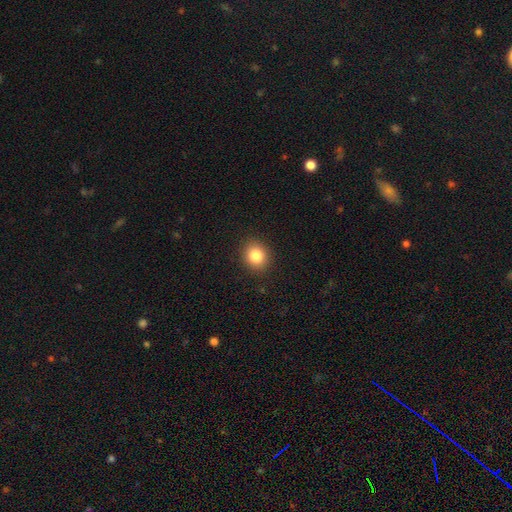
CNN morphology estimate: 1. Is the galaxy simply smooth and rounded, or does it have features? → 85% smooth, 10% star or artifact, 5% featured or disk.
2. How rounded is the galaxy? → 72% round, 27% in between, 1% cigar-shaped.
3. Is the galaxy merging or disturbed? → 90% none, 7% minor disturbance, 2% major disturbance, 1% merger.